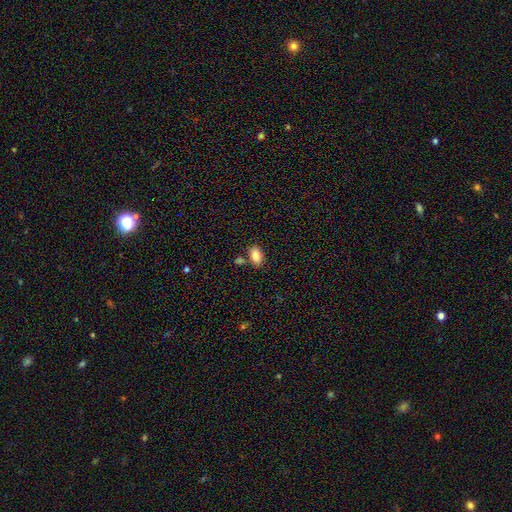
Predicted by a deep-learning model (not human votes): smooth-or-featured: smooth: 88% | star or artifact: 8% | featured or disk: 4%
  how-rounded: in between: 91% | round: 7% | cigar-shaped: 2%
  merging: none: 73% | merger: 12% | minor disturbance: 12% | major disturbance: 3%